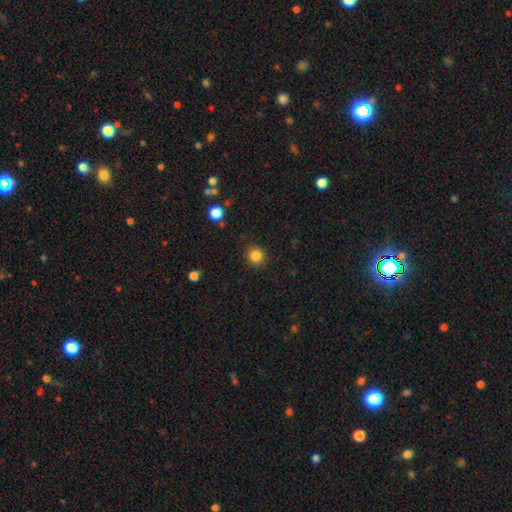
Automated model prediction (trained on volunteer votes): Smooth or featured: smooth — 85% (star or artifact — 11%)
How rounded: round — 88% (in between — 11%)
Merging: none — 88% (minor disturbance — 8%)